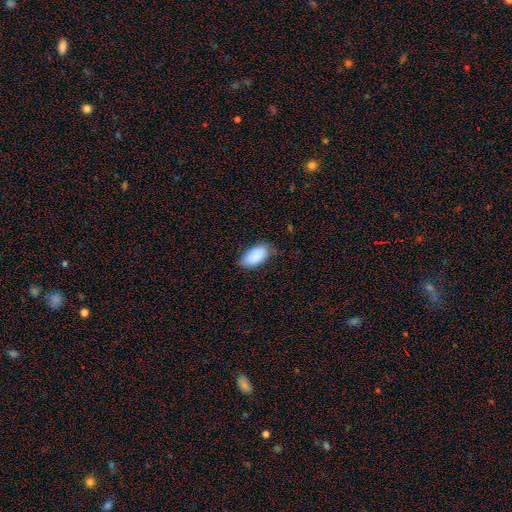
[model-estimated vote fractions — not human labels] A smooth galaxy with no disk features (88%) that is in between round and cigar-shaped (95%).

Vote fractions:
- Smooth or featured? smooth: 88% / star or artifact: 6% / featured or disk: 6%
- How rounded? in between: 95% / round: 3% / cigar-shaped: 2%
- Merging? none: 69% / minor disturbance: 25% / major disturbance: 5% / merger: 1%